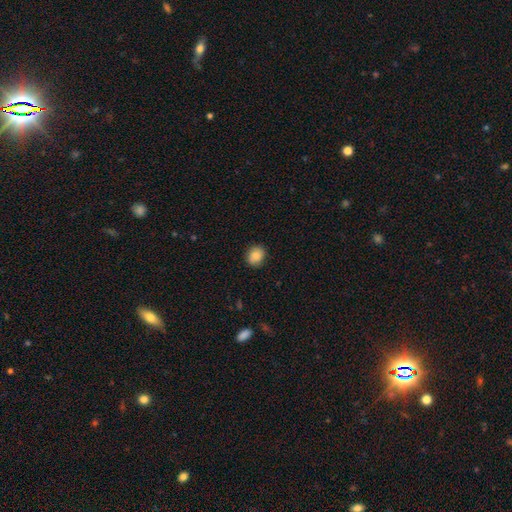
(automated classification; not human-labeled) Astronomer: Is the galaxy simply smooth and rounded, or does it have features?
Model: smooth — 87%.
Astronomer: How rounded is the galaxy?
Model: round — 61% (runner-up: in between, 38%).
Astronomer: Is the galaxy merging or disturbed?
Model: none — 87%.